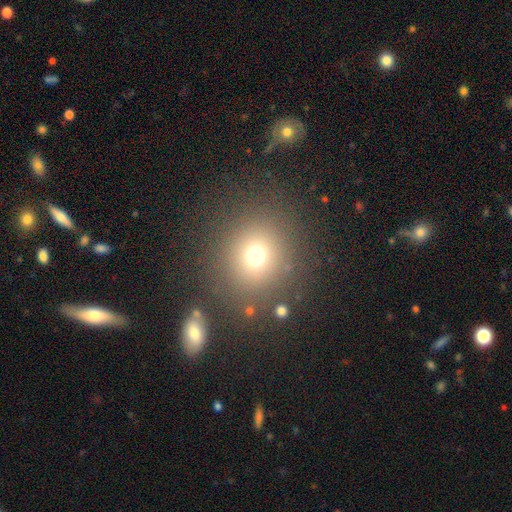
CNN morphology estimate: Q: Smooth or featured?
A: smooth (72%); runner-up: star or artifact (18%)
Q: How rounded?
A: round (86%); runner-up: in between (13%)
Q: Merging?
A: none (82%); runner-up: minor disturbance (8%)